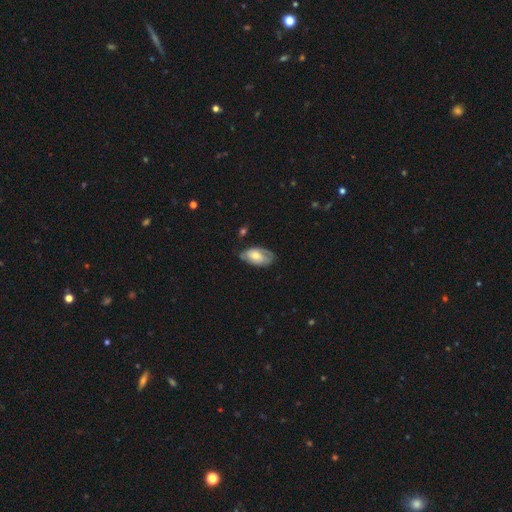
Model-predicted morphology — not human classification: A featured or disk galaxy (50%).

Vote fractions:
- Smooth or featured? featured or disk: 50% / smooth: 43% / star or artifact: 6%
- Edge-on disk? no: 92% / yes: 8%
- Merging? none: 59% / minor disturbance: 30% / major disturbance: 9% / merger: 2%